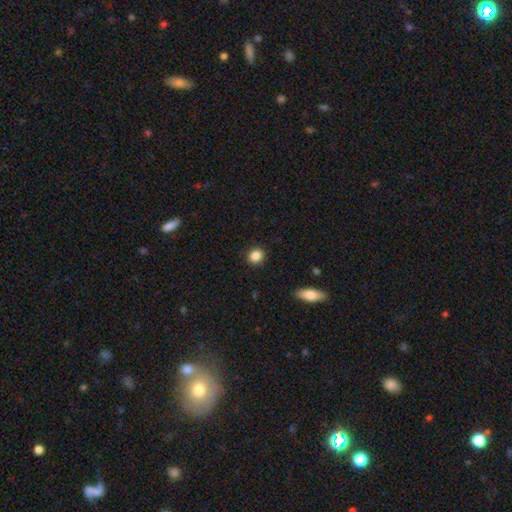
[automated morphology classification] smooth-or-featured: smooth: 86% | star or artifact: 9% | featured or disk: 4%
  how-rounded: round: 78% | in between: 20% | cigar-shaped: 1%
  merging: none: 90% | minor disturbance: 7% | major disturbance: 2% | merger: 1%